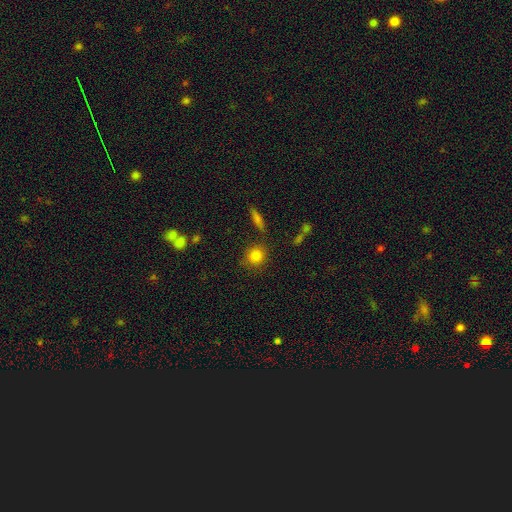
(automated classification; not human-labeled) Smooth or featured? smooth (83%)
How rounded? round (85%)
Merging? none (82%)